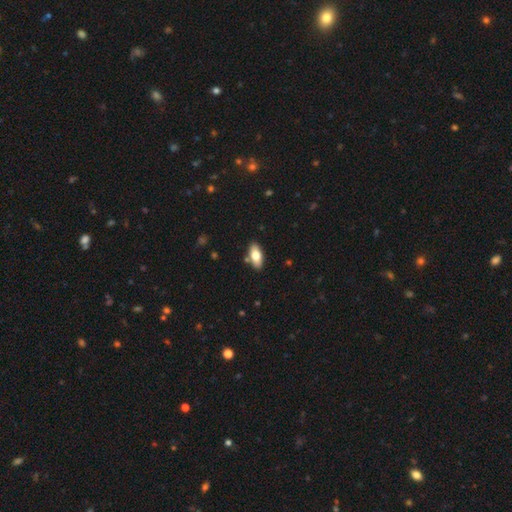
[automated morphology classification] Smooth or featured? Predicted: smooth (p=0.74). How rounded? Predicted: in between (p=0.87). Merging? Predicted: none (p=0.84).